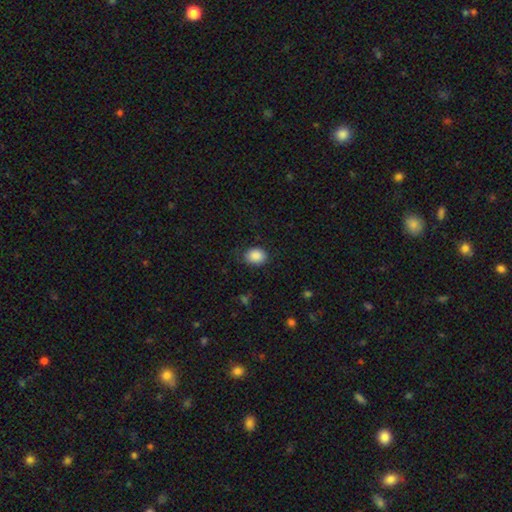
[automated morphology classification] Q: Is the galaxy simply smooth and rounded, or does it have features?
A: smooth — 88%.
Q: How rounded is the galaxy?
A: in between — 51%.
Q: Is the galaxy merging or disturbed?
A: none — 76%.